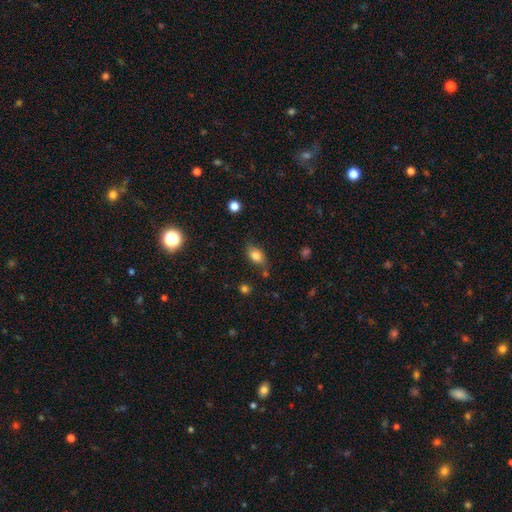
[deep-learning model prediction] Morphology: type=smooth (80%); roundness=in between (84%); merging=none (71%).